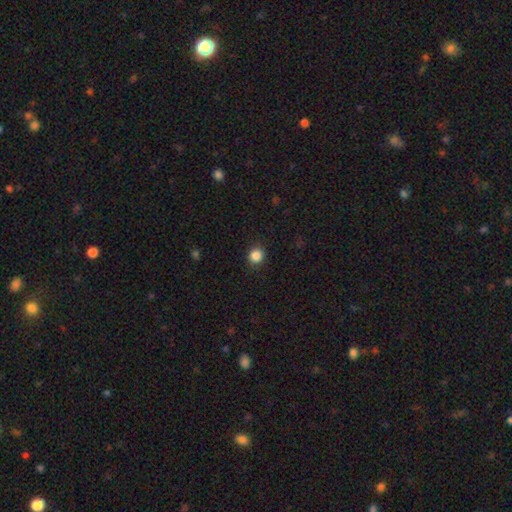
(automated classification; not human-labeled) Overall: smooth (86%). How rounded: round (89%). Merging: none (90%).